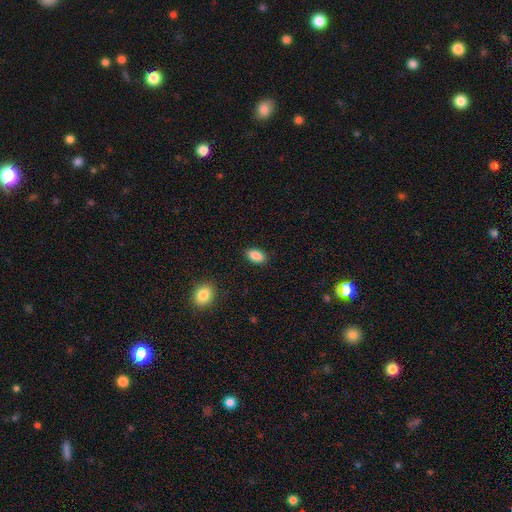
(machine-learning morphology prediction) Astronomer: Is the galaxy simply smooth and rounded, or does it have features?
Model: smooth — 87%.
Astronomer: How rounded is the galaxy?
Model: in between — 92%.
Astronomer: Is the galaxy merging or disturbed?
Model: none — 89%.